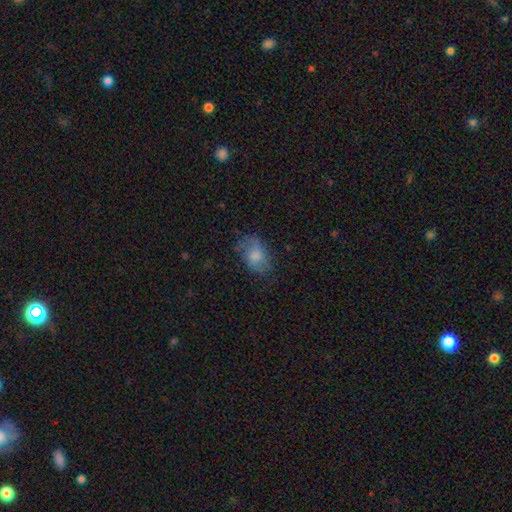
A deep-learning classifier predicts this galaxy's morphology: Smooth or featured? Predicted: smooth (p=0.61). How rounded? Predicted: in between (p=0.82). Merging? Predicted: none (p=0.55).